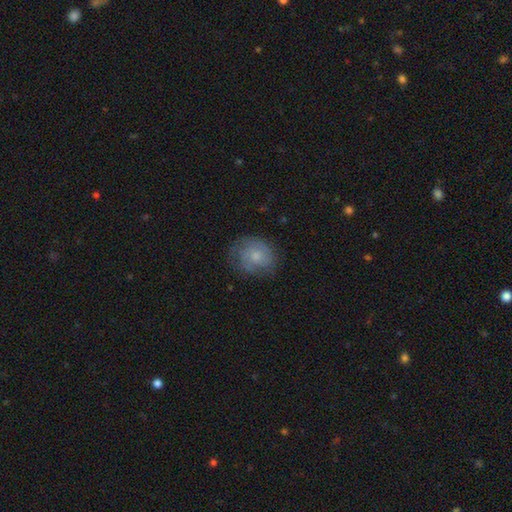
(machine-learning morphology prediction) Smooth or featured: smooth — 59% (featured or disk — 33%)
How rounded: round — 71% (in between — 28%)
Merging: none — 66% (minor disturbance — 23%)